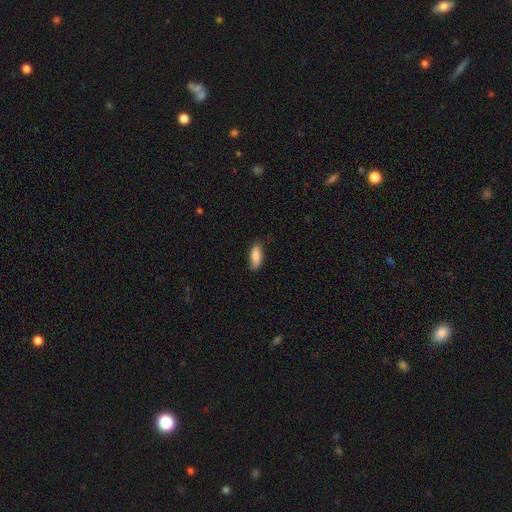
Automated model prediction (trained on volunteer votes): smooth 79%, featured or disk 14%, star or artifact 6%. Down the decision tree: how rounded — in between (76%); merging — none (72%).